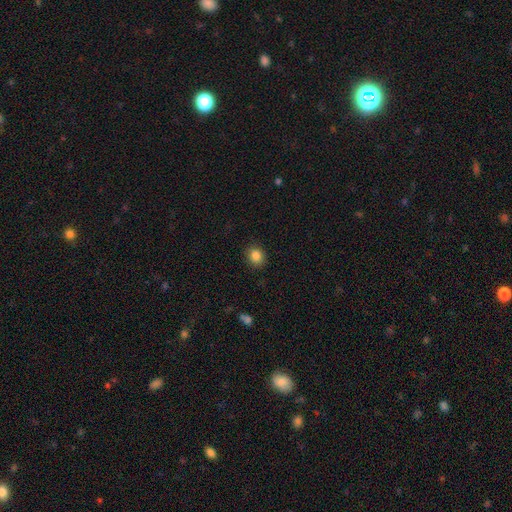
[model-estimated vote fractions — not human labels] smooth_or_featured: smooth (p=0.85) [alt: star or artifact p=0.11]
how_rounded: round (p=0.70) [alt: in between p=0.29]
merging: none (p=0.89) [alt: minor disturbance p=0.08]